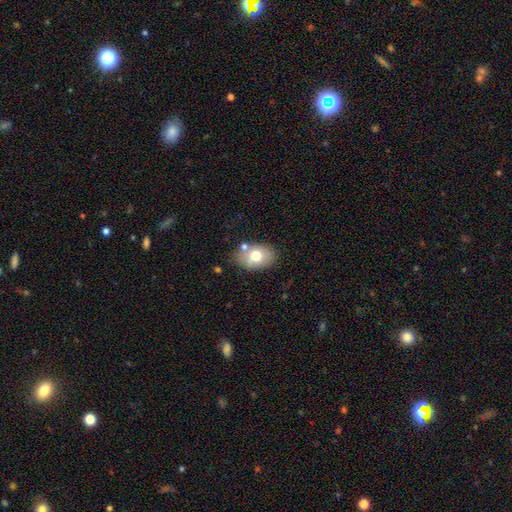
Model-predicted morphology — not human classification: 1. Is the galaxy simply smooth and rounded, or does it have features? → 70% smooth, 21% featured or disk, 8% star or artifact.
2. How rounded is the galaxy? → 81% in between, 18% round, 1% cigar-shaped.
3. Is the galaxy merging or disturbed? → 71% none, 17% minor disturbance, 8% merger, 4% major disturbance.